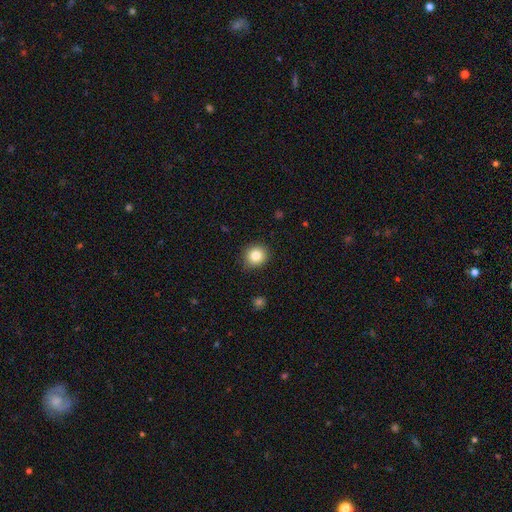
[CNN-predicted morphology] Q: Smooth or featured?
A: smooth (84%); runner-up: star or artifact (10%)
Q: How rounded?
A: round (86%); runner-up: in between (14%)
Q: Merging?
A: none (89%); runner-up: minor disturbance (8%)